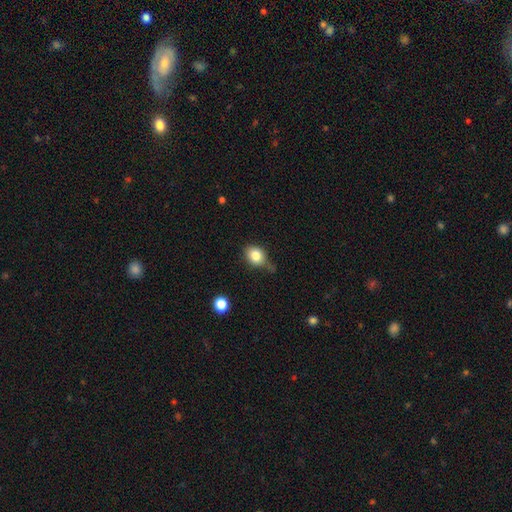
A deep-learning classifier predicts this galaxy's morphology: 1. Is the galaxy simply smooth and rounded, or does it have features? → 80% smooth, 10% featured or disk, 10% star or artifact.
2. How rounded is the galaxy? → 57% round, 41% in between, 1% cigar-shaped.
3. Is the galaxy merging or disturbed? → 48% none, 34% minor disturbance, 12% major disturbance, 6% merger.